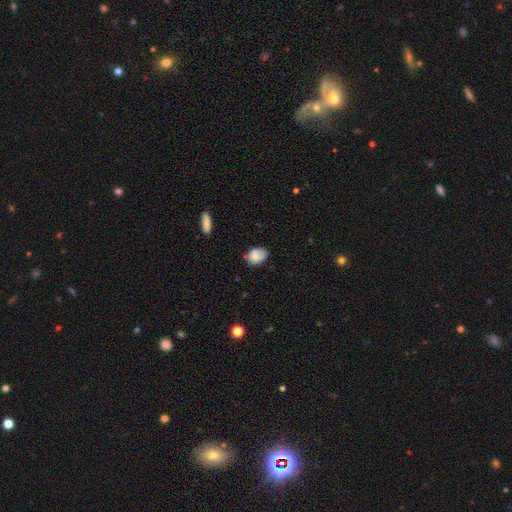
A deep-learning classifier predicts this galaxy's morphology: smooth 83%, featured or disk 9%, star or artifact 8%. Down the decision tree: how rounded — in between (77%); merging — none (65%).